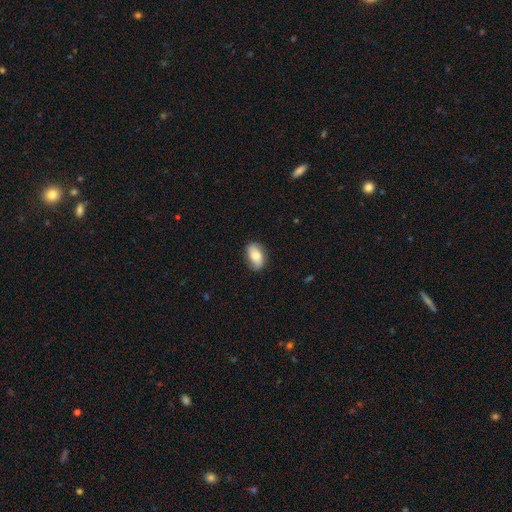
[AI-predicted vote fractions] Morphology: type=smooth (66%); roundness=in between (90%); merging=none (74%).